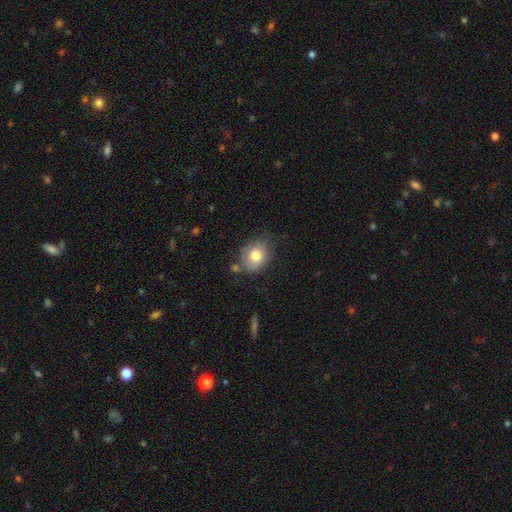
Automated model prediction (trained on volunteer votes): A smooth galaxy with no disk features (74%) that is round (51%). Merging: none (61%).